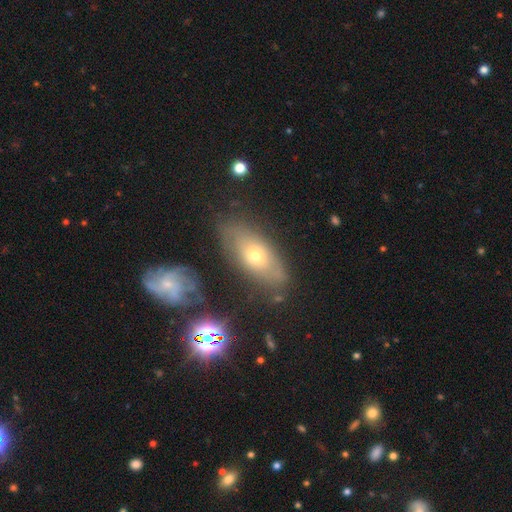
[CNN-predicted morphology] Smooth or featured? smooth (50%)
Merging? none (73%)